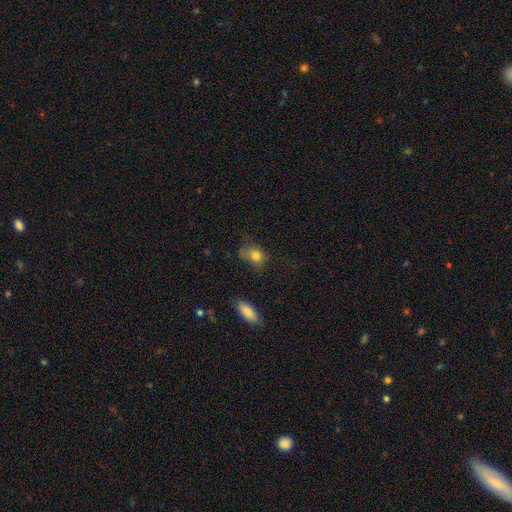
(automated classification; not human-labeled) Smooth or featured: smooth — 80% (star or artifact — 10%)
How rounded: in between — 50% (round — 48%)
Merging: none — 52% (minor disturbance — 30%)